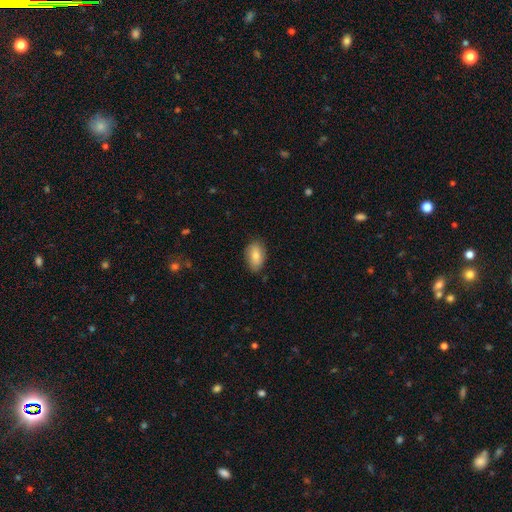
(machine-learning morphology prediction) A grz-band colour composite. It shows a smooth galaxy with no disk features (78%) that is in between round and cigar-shaped (91%). Merging: none (82%).